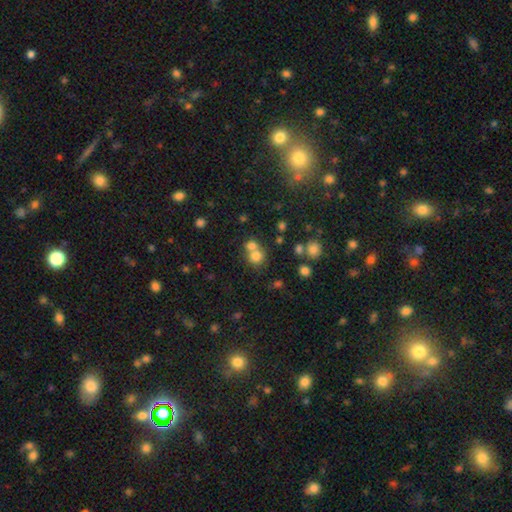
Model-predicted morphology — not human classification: Smooth or featured?
  - smooth: 74% *
  - star or artifact: 15%
  - featured or disk: 11%
How rounded?
  - round: 82% *
  - in between: 17%
  - cigar-shaped: 1%
Merging?
  - merger: 48% *
  - none: 42%
  - minor disturbance: 6%
  - major disturbance: 3%